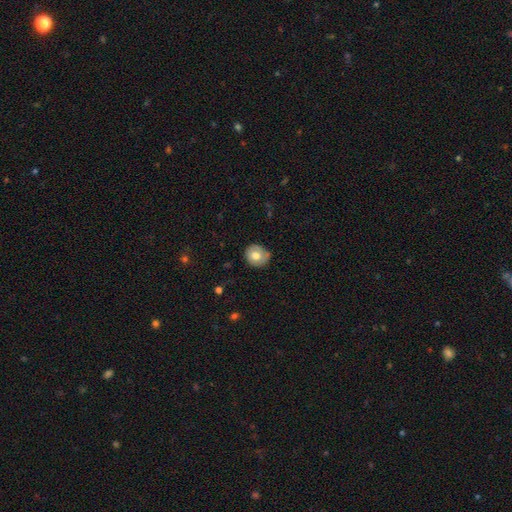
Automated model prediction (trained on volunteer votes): smooth 68%, featured or disk 24%, star or artifact 8%. Down the decision tree: how rounded — round (84%); merging — none (77%).